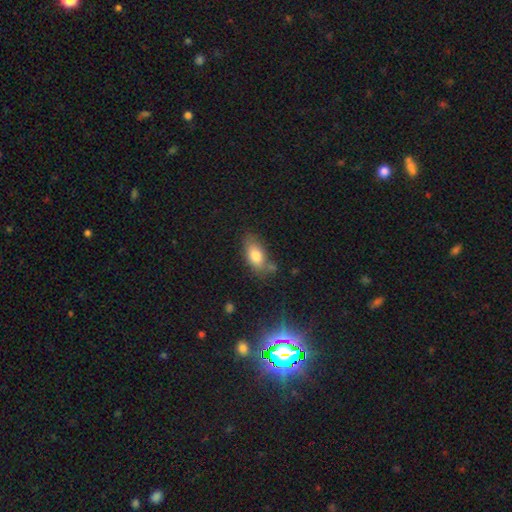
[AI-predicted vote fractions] smooth-or-featured: smooth: 79% | featured or disk: 13% | star or artifact: 8%
  how-rounded: in between: 87% | cigar-shaped: 7% | round: 6%
  merging: none: 64% | minor disturbance: 22% | merger: 7% | major disturbance: 6%